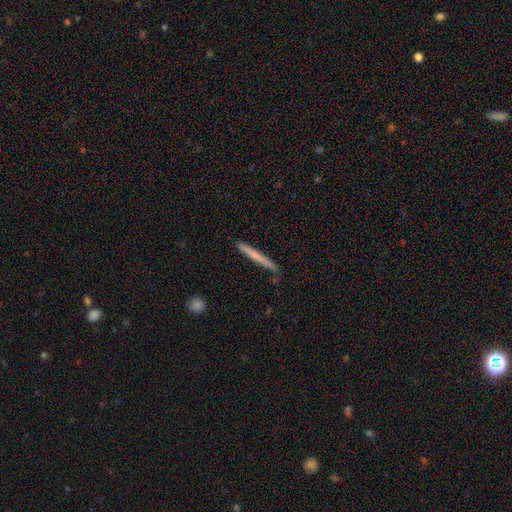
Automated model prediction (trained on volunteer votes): Q: Smooth or featured?
A: smooth (63%); runner-up: featured or disk (32%)
Q: How rounded?
A: cigar-shaped (97%); runner-up: in between (2%)
Q: Merging?
A: none (89%); runner-up: minor disturbance (8%)